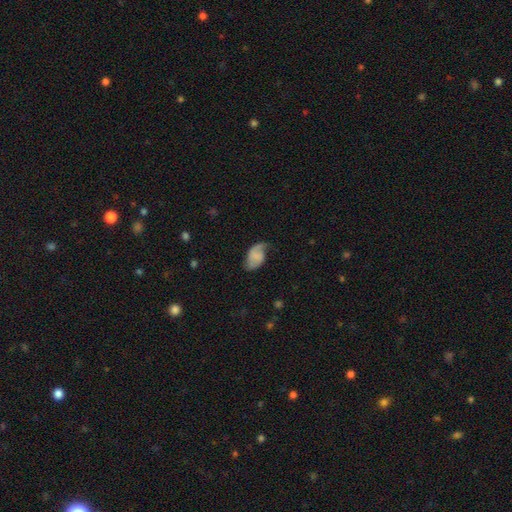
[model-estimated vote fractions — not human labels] smooth_or_featured: featured or disk (p=0.55) [alt: smooth p=0.37]
disk_edge_on: no (p=0.97) [alt: yes p=0.03]
bar: no (p=0.52) [alt: weak p=0.37]
has_spiral_arms: yes (p=0.88) [alt: no p=0.12]
bulge_size: none (p=0.61) [alt: small p=0.22]
merging: none (p=0.50) [alt: minor disturbance p=0.31]